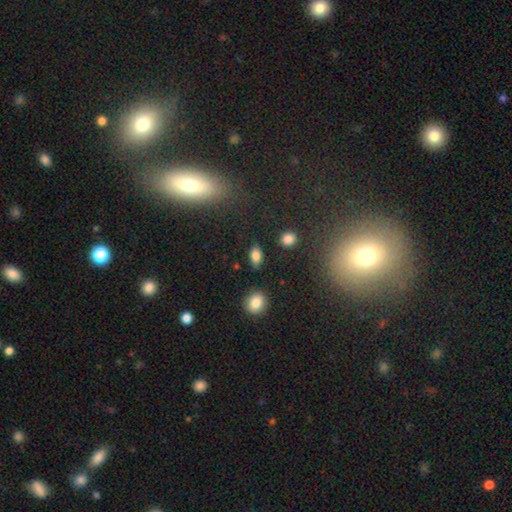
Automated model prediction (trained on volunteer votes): Smooth or featured? Predicted: smooth (p=0.82). How rounded? Predicted: in between (p=0.86). Merging? Predicted: none (p=0.82).